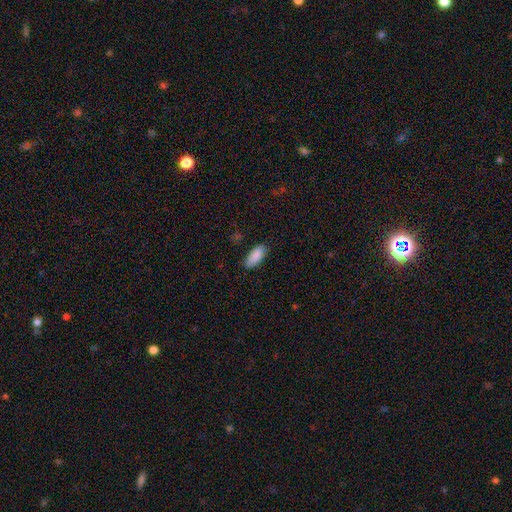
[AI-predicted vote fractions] The model was most divided on "how rounded": in between: 85%, cigar-shaped: 13%, round: 2%. More confident: smooth or featured — smooth (88%); merging — none (84%).